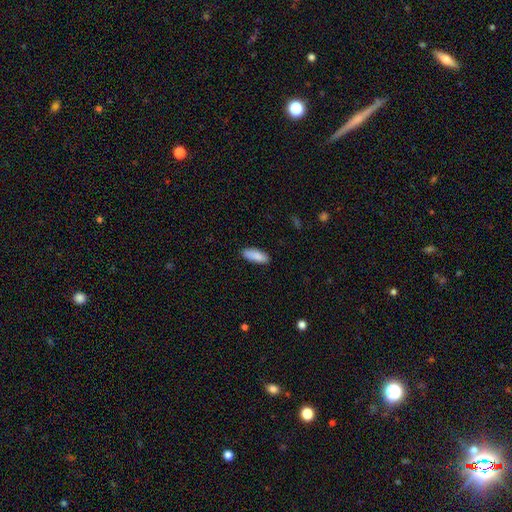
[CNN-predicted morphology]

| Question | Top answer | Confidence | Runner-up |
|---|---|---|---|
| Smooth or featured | smooth | 89% | star or artifact (6%) |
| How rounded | in between | 72% | cigar-shaped (27%) |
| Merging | none | 87% | minor disturbance (10%) |